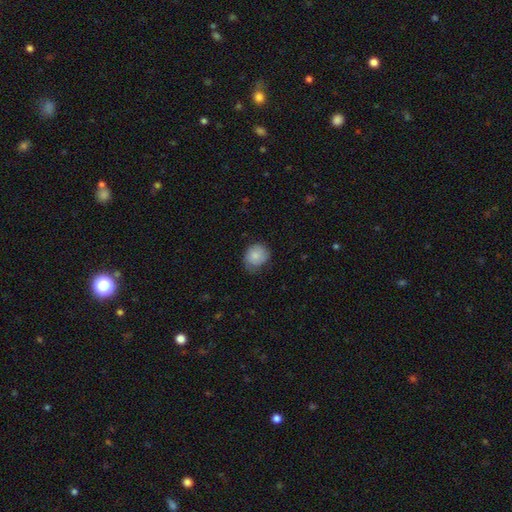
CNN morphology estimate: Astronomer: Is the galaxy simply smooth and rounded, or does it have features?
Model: smooth — 80%.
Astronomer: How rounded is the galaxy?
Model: round — 65%.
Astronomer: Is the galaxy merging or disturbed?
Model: none — 63%.